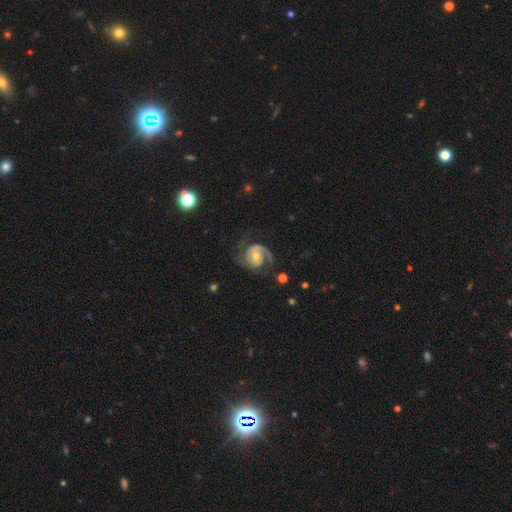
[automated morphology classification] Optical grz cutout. It shows a featured or disk galaxy (85%) with no bar (64%), 2 (67%) medium (43%) spiral arms (95%) and a moderate central bulge (65%). Merging: none (63%).